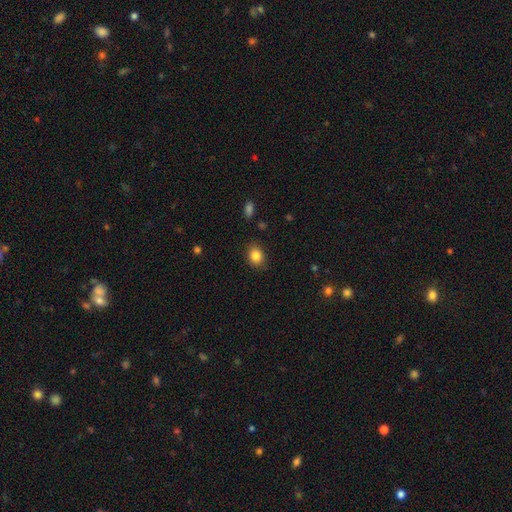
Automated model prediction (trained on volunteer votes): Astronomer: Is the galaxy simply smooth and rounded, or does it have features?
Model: smooth — 85%.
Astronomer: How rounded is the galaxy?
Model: round — 50% (runner-up: in between, 49%).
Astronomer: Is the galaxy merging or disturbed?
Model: none — 84%.